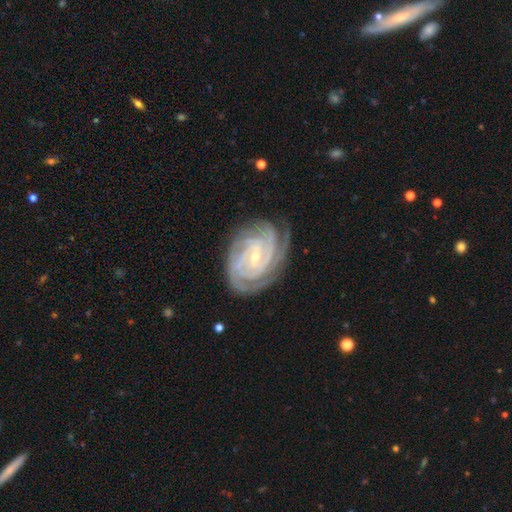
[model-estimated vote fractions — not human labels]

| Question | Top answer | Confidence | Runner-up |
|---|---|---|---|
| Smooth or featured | featured or disk | 90% | star or artifact (6%) |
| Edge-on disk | no | 97% | yes (3%) |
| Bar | weak | 39% | no (37%) |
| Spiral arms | yes | 99% | no (1%) |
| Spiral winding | tight | 80% | medium (18%) |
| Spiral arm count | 3 | 29% | 4 (28%) |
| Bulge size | small | 74% | moderate (23%) |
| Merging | none | 79% | minor disturbance (16%) |